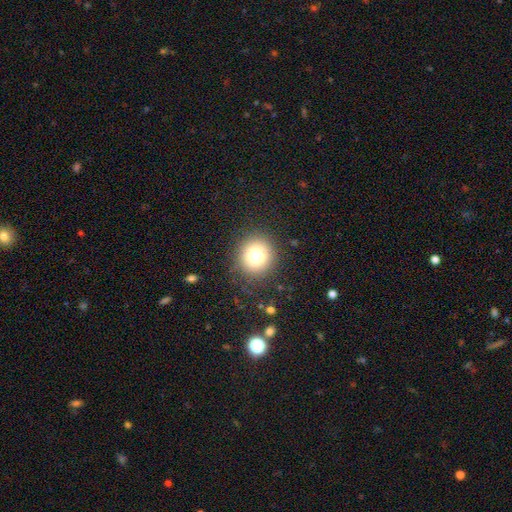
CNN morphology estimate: smooth_or_featured: smooth (p=0.76) [alt: star or artifact p=0.14]
how_rounded: round (p=0.86) [alt: in between p=0.13]
merging: none (p=0.87) [alt: minor disturbance p=0.08]